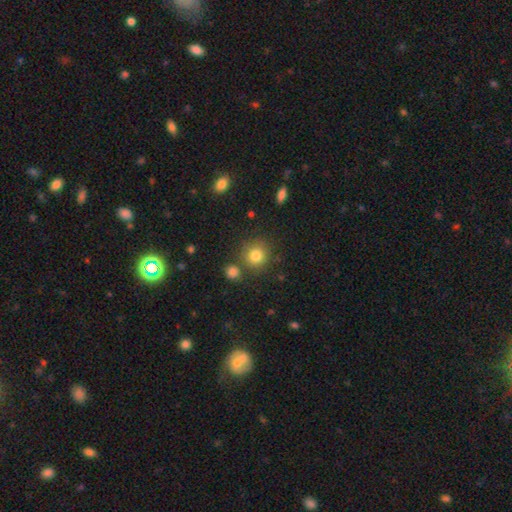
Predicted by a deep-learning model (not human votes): smooth-or-featured: smooth: 81% | star or artifact: 12% | featured or disk: 7%
  how-rounded: round: 89% | in between: 10% | cigar-shaped: 1%
  merging: none: 77% | merger: 10% | minor disturbance: 10% | major disturbance: 3%